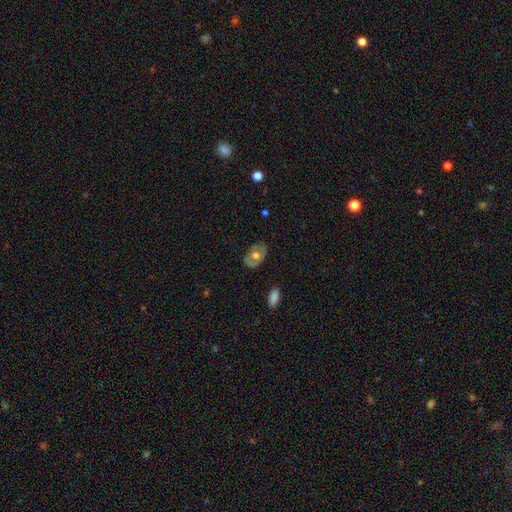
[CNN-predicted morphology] Overall: smooth (47%; featured or disk 46%). Merging: none (72%).